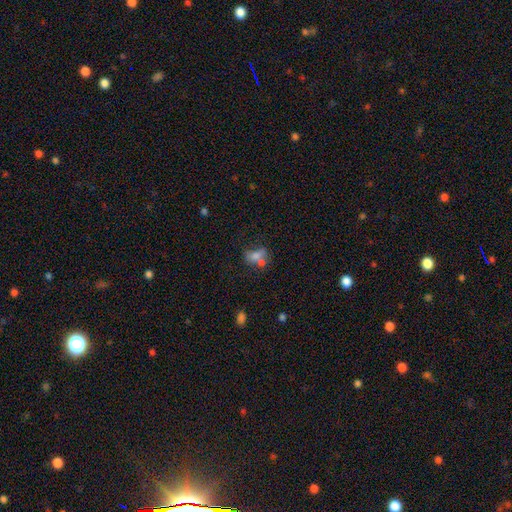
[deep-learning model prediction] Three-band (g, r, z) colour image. It shows a smooth galaxy with no disk features (63%) that is in between round and cigar-shaped (70%). Merging: merger (39%).